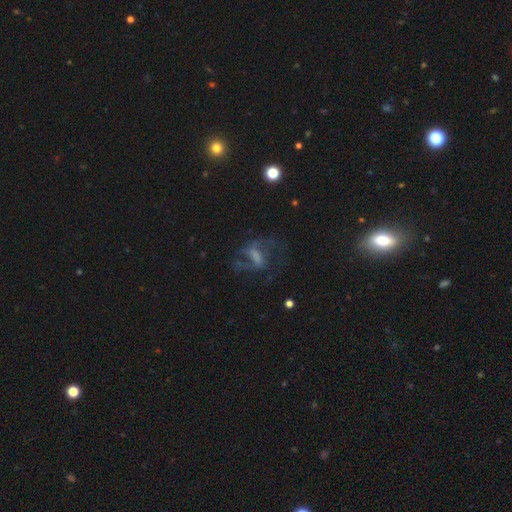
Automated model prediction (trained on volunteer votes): This is possibly a featured or disk galaxy (54%). It is clearly not viewed edge-on (91%). Merging: possibly none (52%).